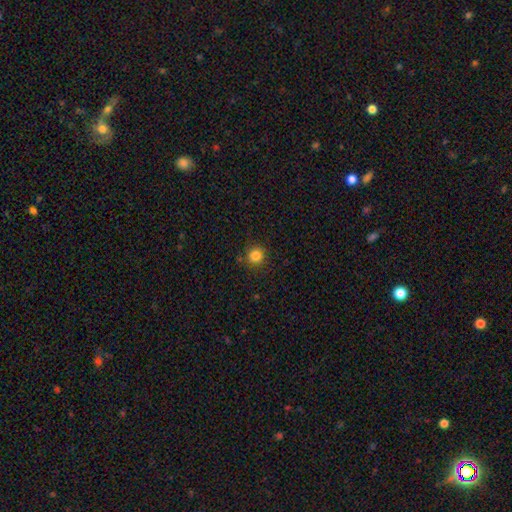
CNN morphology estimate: This appears to be a smooth galaxy with no disk features (83%) that is round (92%). Merging: none (88%).